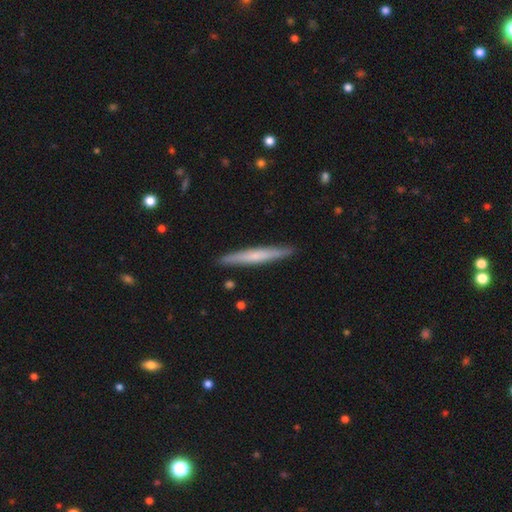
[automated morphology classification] smooth 52%, featured or disk 42%, star or artifact 5%. Down the decision tree: how rounded — cigar-shaped (96%); merging — none (91%).